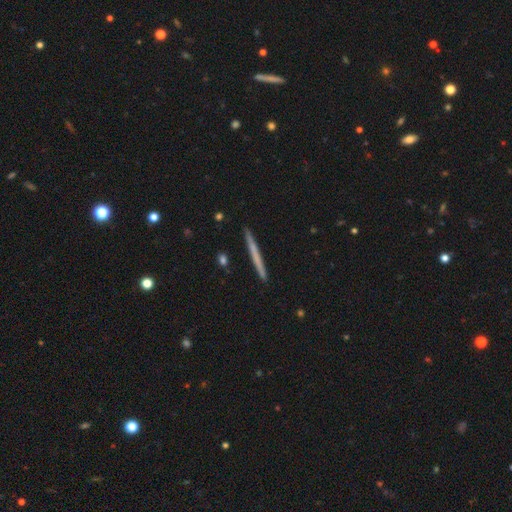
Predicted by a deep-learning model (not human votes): smooth-or-featured: smooth: 53% | featured or disk: 41% | star or artifact: 6%
  how-rounded: cigar-shaped: 97% | in between: 2% | round: 1%
  merging: none: 92% | minor disturbance: 6% | merger: 1% | major disturbance: 1%